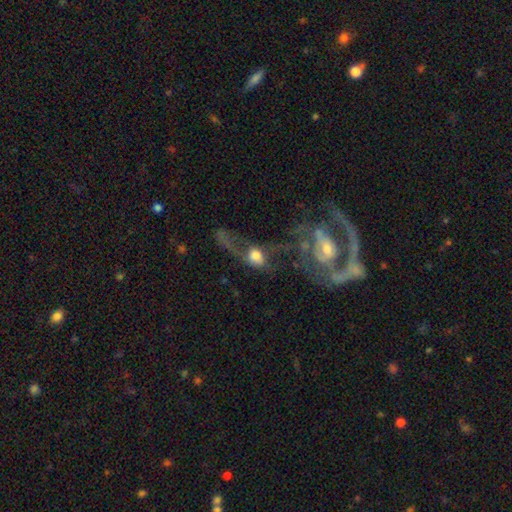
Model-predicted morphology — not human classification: Smooth or featured? featured or disk (52%)
Edge-on disk? no (90%)
Merging? major disturbance (41%)